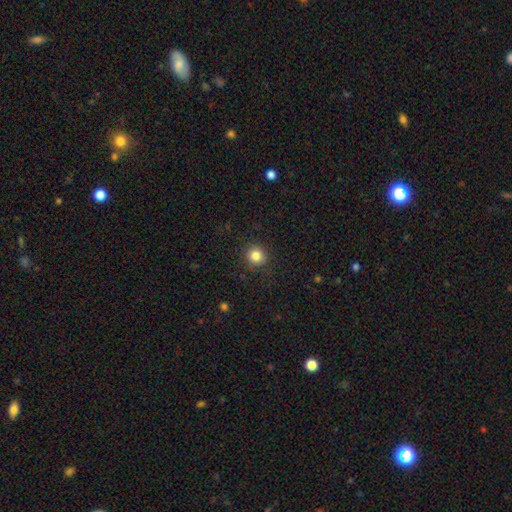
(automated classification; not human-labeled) This is clearly a smooth galaxy (83%). How rounded: clearly round (93%). Merging: clearly none (89%).